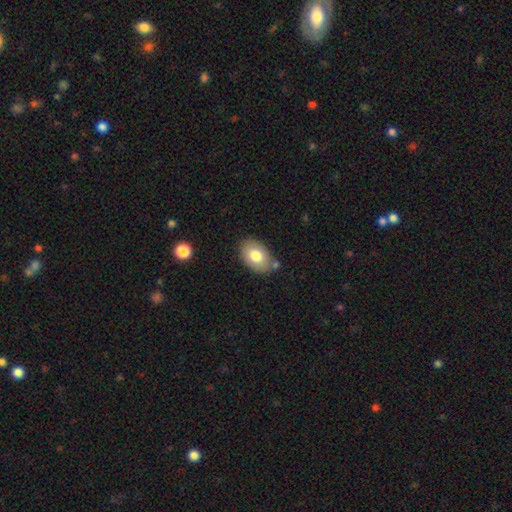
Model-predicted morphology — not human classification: A smooth galaxy with no disk features (77%) that is in between round and cigar-shaped (86%).

Vote fractions:
- Smooth or featured? smooth: 77% / featured or disk: 16% / star or artifact: 7%
- How rounded? in between: 86% / round: 13% / cigar-shaped: 1%
- Merging? none: 72% / minor disturbance: 17% / merger: 7% / major disturbance: 4%